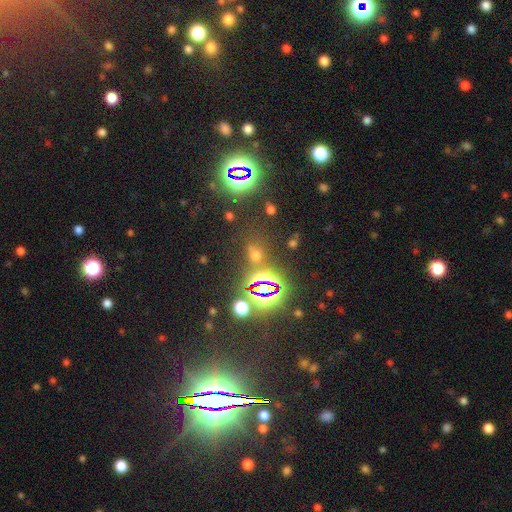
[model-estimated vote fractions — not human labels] Smooth or featured: star or artifact — 62% (smooth — 29%)